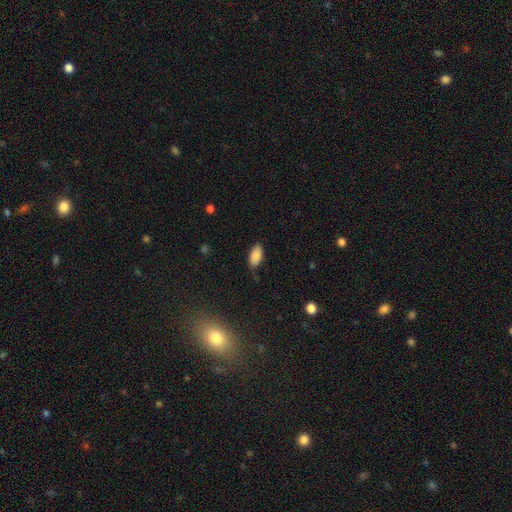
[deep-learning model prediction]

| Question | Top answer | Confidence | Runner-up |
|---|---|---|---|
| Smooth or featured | smooth | 87% | star or artifact (7%) |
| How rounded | in between | 93% | cigar-shaped (5%) |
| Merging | none | 78% | minor disturbance (17%) |